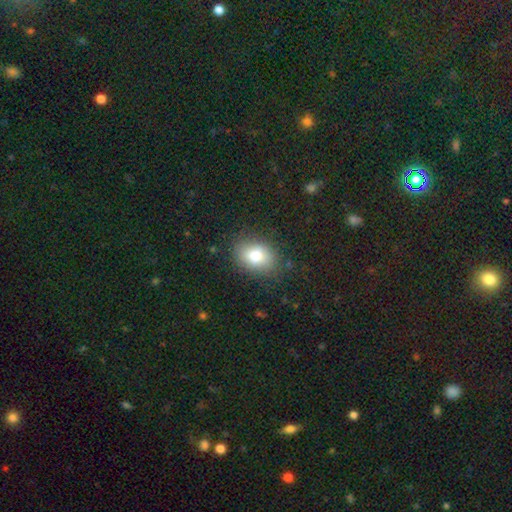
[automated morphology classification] Smooth or featured?
  - smooth: 79% *
  - featured or disk: 11%
  - star or artifact: 10%
How rounded?
  - in between: 67% *
  - round: 32%
  - cigar-shaped: 1%
Merging?
  - none: 82% *
  - minor disturbance: 13%
  - major disturbance: 4%
  - merger: 1%